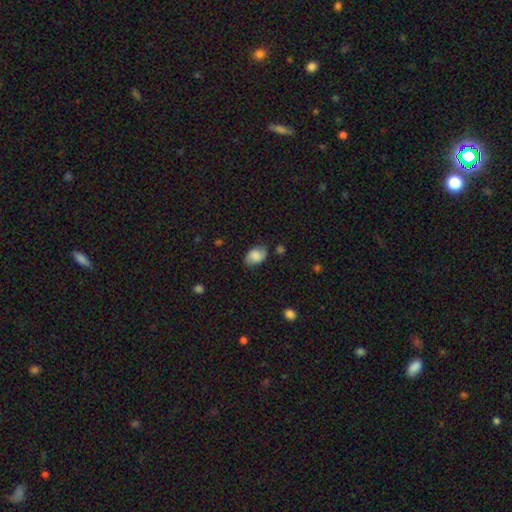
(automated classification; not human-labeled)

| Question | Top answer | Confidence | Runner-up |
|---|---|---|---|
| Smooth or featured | smooth | 80% | featured or disk (12%) |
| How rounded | in between | 84% | round (15%) |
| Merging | none | 75% | minor disturbance (19%) |